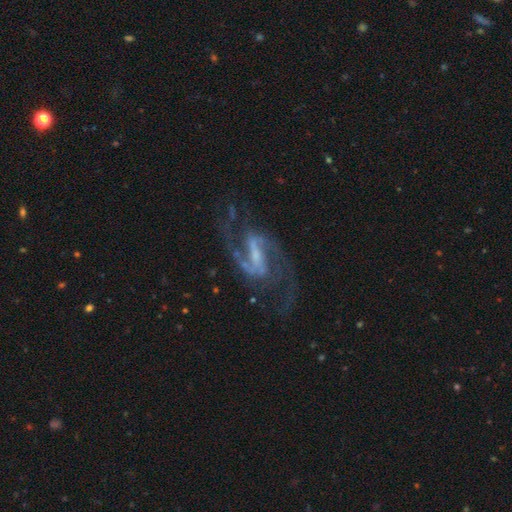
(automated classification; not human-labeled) Smooth or featured? Predicted: featured or disk (p=0.93). Edge-on disk? Predicted: no (p=0.97). Bar? Predicted: strong (p=0.50). Spiral arms? Predicted: yes (p=0.98). Spiral winding? Predicted: medium (p=0.60). Spiral arm count? Predicted: 2 (p=0.93). Bulge size? Predicted: small (p=0.51). Merging? Predicted: none (p=0.73).